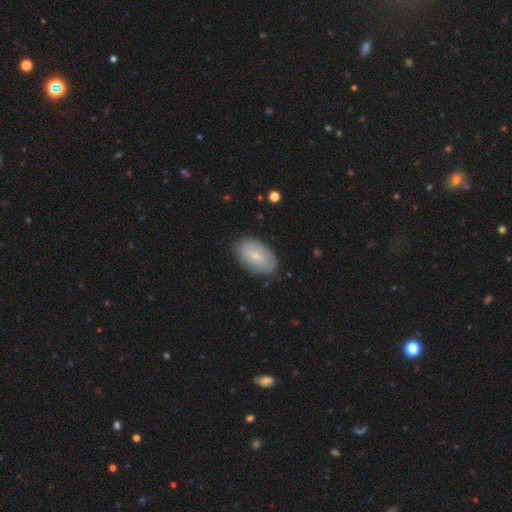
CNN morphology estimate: Overall: smooth (63%; featured or disk 31%). How rounded: in between (91%). Merging: none (82%).